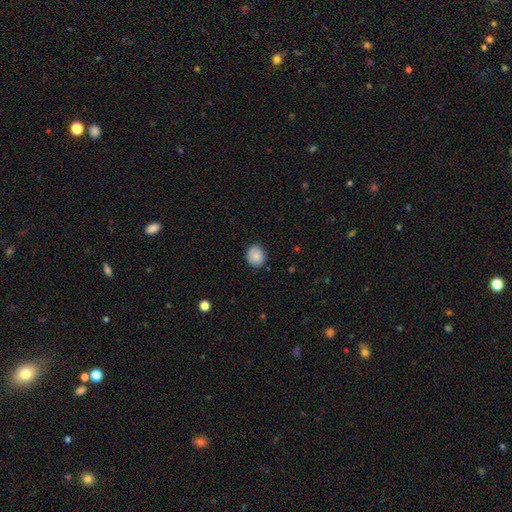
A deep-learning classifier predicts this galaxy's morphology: Smooth or featured: smooth — 85% (star or artifact — 8%)
How rounded: round — 67% (in between — 32%)
Merging: none — 84% (minor disturbance — 13%)